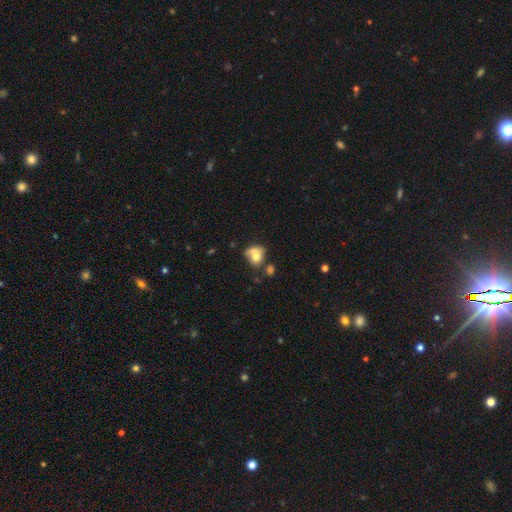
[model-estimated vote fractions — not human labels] A smooth galaxy with no disk features (64%) that is round (58%). Merging: none (32%).